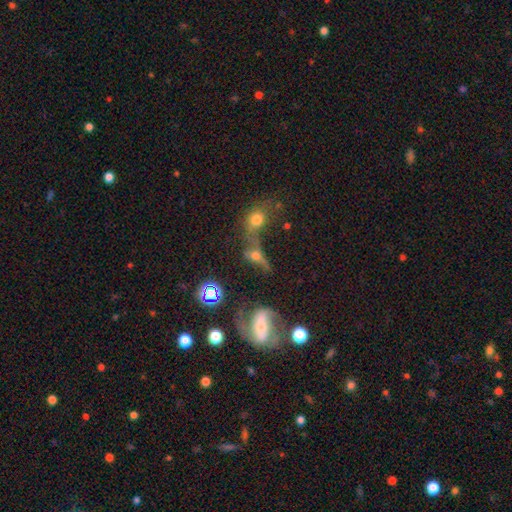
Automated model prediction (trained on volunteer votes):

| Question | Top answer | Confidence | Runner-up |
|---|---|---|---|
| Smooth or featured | smooth | 41% | featured or disk (36%) |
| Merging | merger | 53% | none (22%) |